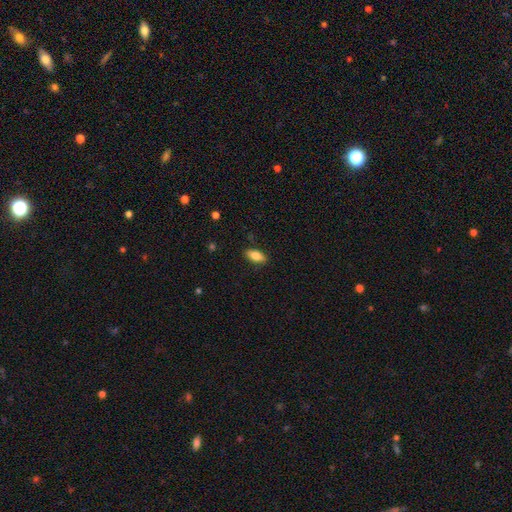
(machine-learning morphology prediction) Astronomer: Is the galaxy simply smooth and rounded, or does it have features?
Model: smooth — 80%.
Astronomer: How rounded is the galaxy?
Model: in between — 85%.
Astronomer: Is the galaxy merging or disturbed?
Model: none — 86%.